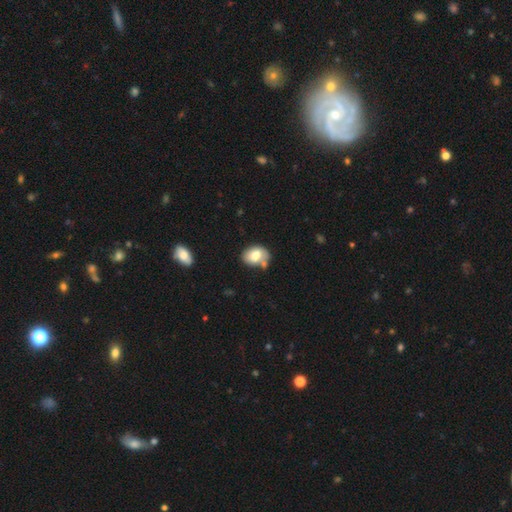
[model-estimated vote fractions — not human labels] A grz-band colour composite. It shows a smooth galaxy with no disk features (74%) that is in between round and cigar-shaped (68%). Merging: none (54%).